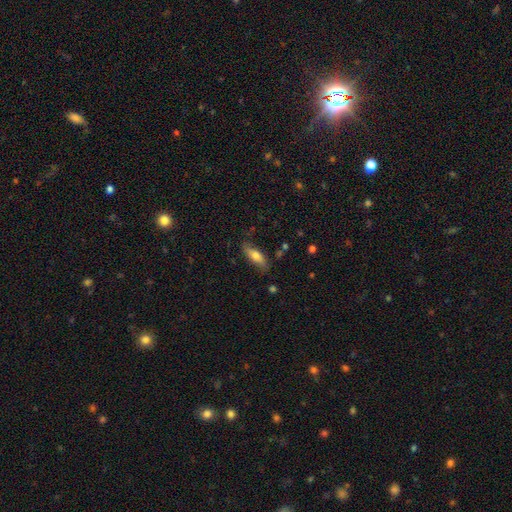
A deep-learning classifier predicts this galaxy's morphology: Smooth or featured? smooth (65%)
How rounded? in between (54%)
Merging? none (76%)